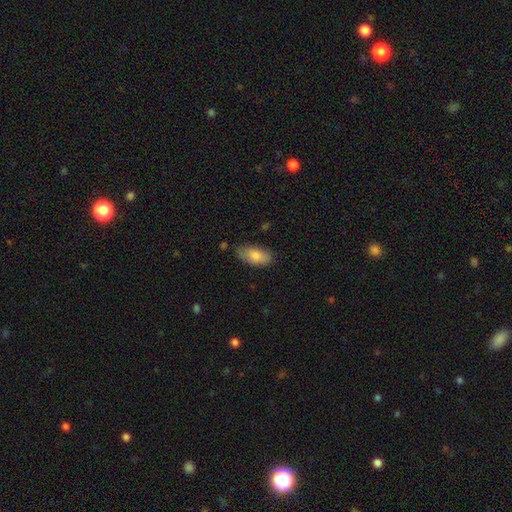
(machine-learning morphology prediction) Smooth or featured? smooth (82%)
How rounded? in between (91%)
Merging? none (73%)